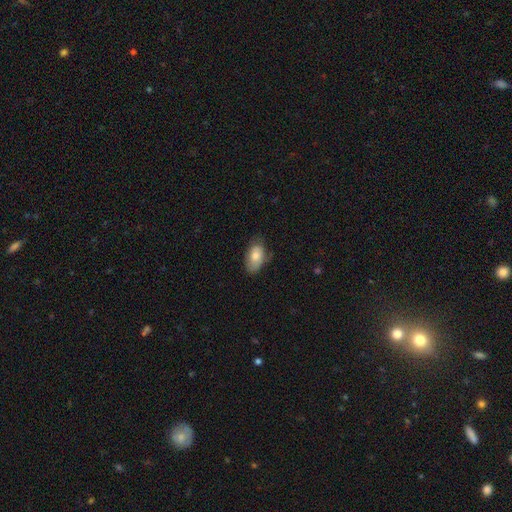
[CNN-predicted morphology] Smooth or featured?
  - smooth: 77% *
  - featured or disk: 17%
  - star or artifact: 7%
How rounded?
  - in between: 93% *
  - round: 5%
  - cigar-shaped: 2%
Merging?
  - none: 62% *
  - minor disturbance: 29%
  - major disturbance: 7%
  - merger: 2%